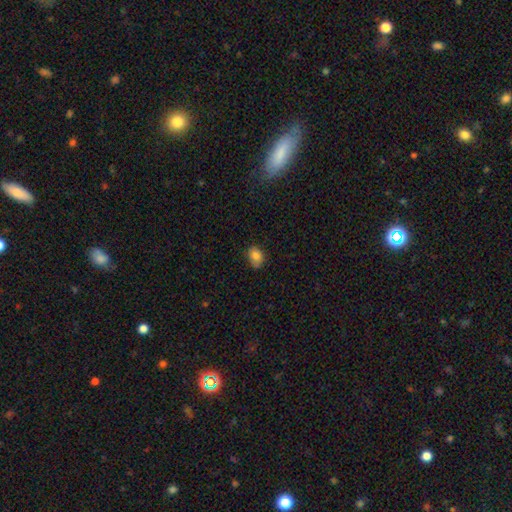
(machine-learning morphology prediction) Overall: smooth (83%). How rounded: in between (73%). Merging: none (73%).